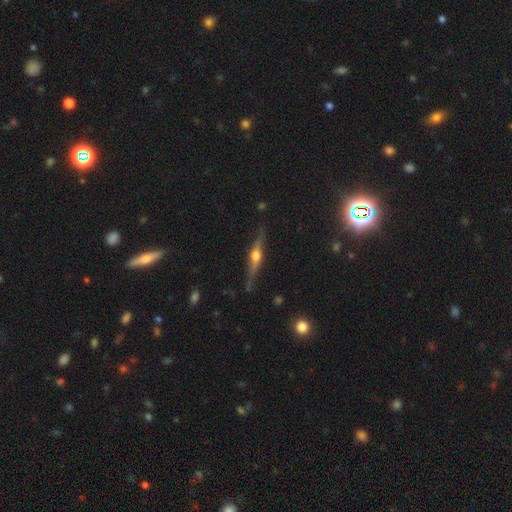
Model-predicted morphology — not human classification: type=featured or disk (78%); edge-on=yes (97%); edge-on bulge=rounded (93%); merging=none (83%).